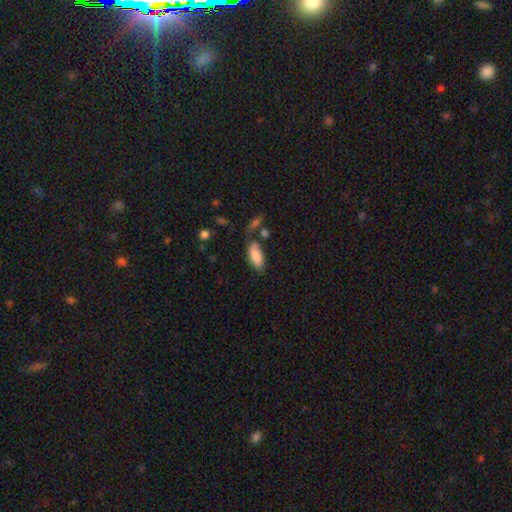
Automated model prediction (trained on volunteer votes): This is clearly a smooth galaxy (86%). How rounded: clearly in between (85%). Merging: likely none (62%).